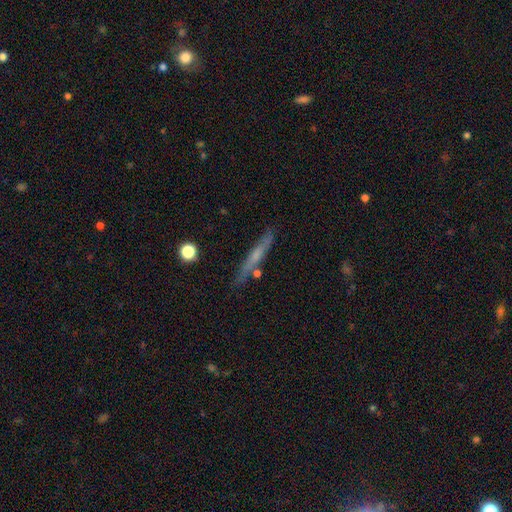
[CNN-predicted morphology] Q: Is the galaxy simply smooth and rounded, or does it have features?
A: featured or disk — 52%.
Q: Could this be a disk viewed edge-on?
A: yes — 92%.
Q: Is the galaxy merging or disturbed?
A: none — 80%.